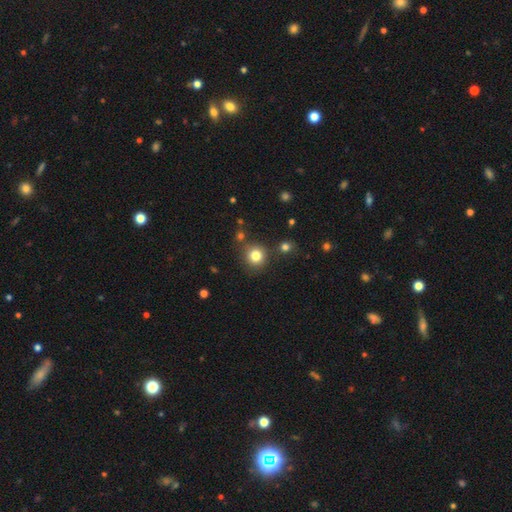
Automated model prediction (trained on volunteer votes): A smooth galaxy with no disk features (81%) that is round (91%).

Vote fractions:
- Smooth or featured? smooth: 81% / star or artifact: 12% / featured or disk: 6%
- How rounded? round: 91% / in between: 8% / cigar-shaped: 1%
- Merging? none: 80% / minor disturbance: 9% / merger: 7% / major disturbance: 3%